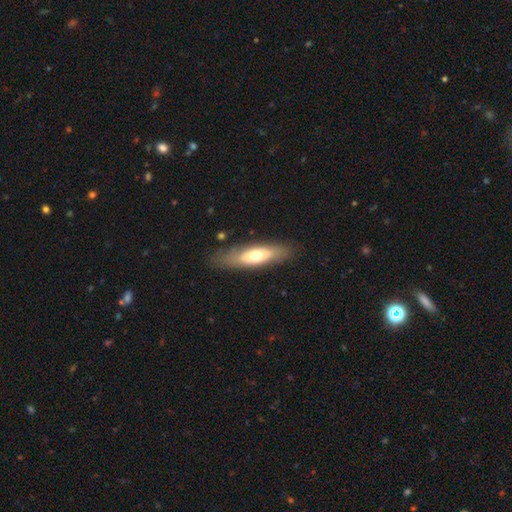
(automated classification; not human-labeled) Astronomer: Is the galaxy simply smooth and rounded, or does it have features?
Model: smooth — 56% (runner-up: featured or disk, 38%).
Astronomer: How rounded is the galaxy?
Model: cigar-shaped — 49%, tied with in between at 49%.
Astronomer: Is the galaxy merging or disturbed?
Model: none — 79%.